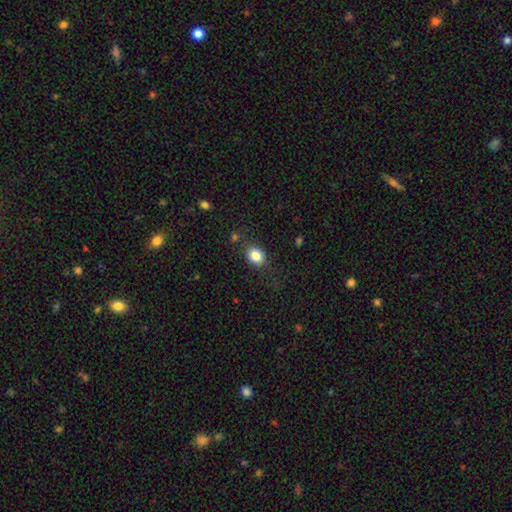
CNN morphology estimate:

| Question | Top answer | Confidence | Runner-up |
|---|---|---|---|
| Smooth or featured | smooth | 85% | star or artifact (9%) |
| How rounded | in between | 61% | round (38%) |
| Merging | none | 81% | minor disturbance (12%) |